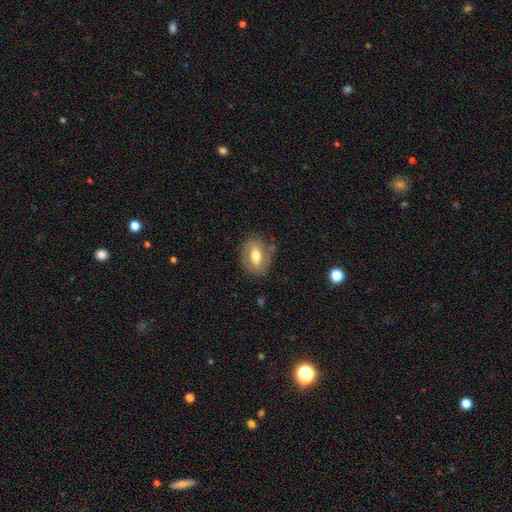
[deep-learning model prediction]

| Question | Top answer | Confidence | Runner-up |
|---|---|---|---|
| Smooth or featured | smooth | 61% | featured or disk (31%) |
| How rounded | in between | 73% | round (24%) |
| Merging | none | 76% | minor disturbance (16%) |